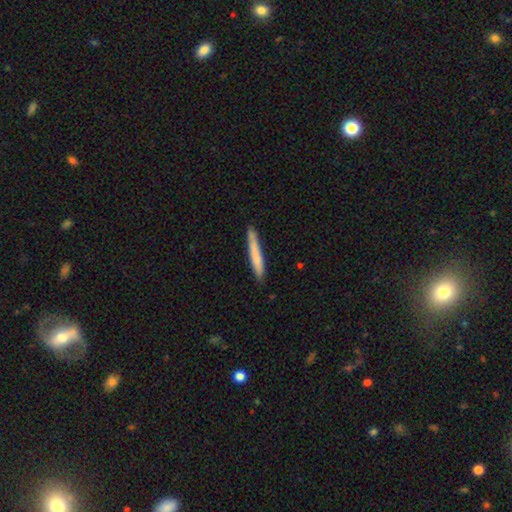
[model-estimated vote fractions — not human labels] This is likely a smooth galaxy (74%). How rounded: clearly cigar-shaped (96%). Merging: clearly none (84%).